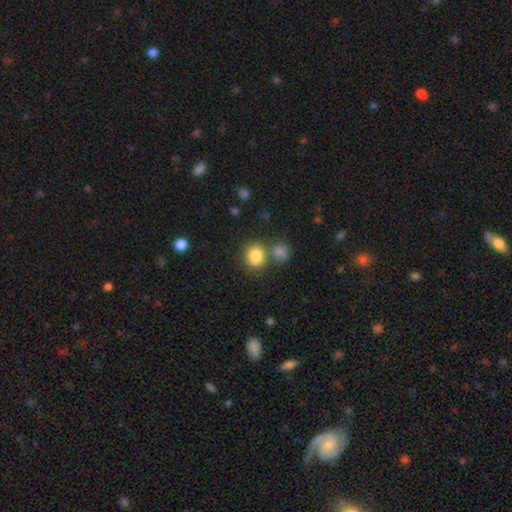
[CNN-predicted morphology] Overall: smooth (84%). How rounded: round (72%). Merging: none (60%; merger 25%).